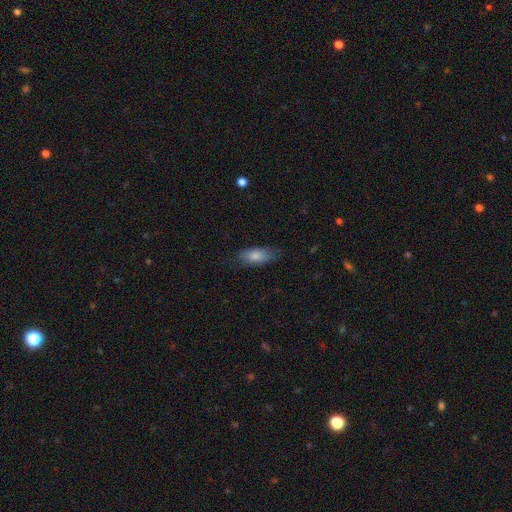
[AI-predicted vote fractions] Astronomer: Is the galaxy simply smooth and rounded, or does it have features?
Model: smooth — 81%.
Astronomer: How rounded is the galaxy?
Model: in between — 82%.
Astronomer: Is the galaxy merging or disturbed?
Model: none — 76%.